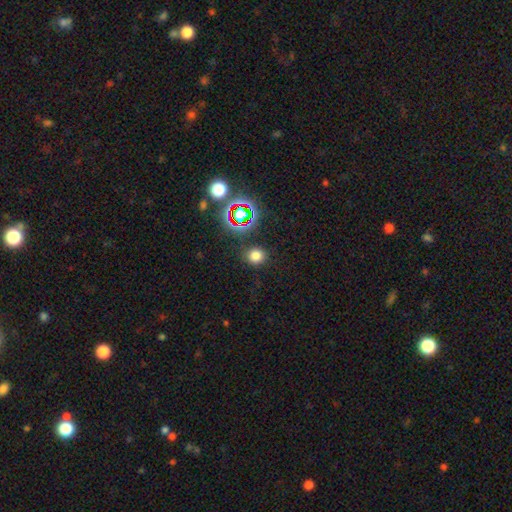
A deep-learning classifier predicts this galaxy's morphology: smooth 72%, star or artifact 21%, featured or disk 6%. Down the decision tree: how rounded — round (77%); merging — none (87%).